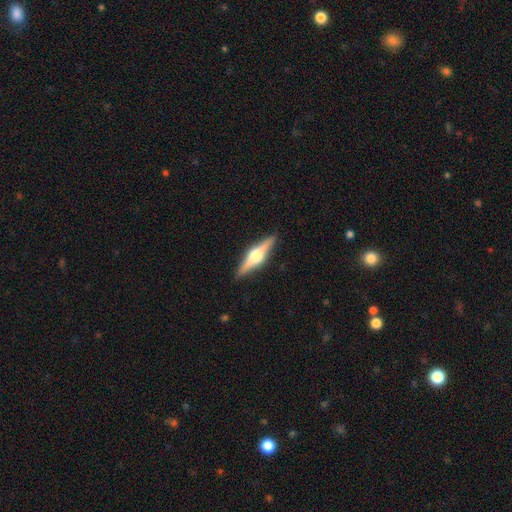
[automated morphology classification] A featured or disk galaxy (75%) viewed edge-on (98%) with a rounded central bulge (93%).

Vote fractions:
- Smooth or featured? featured or disk: 75% / smooth: 20% / star or artifact: 5%
- Edge-on disk? yes: 98% / no: 2%
- Edge-on bulge? rounded: 93% / boxy: 5% / none: 2%
- Merging? none: 90% / minor disturbance: 7% / major disturbance: 2% / merger: 1%